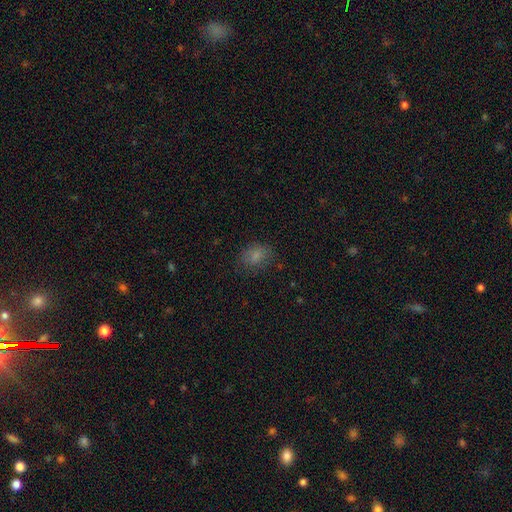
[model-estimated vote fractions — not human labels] Smooth or featured? smooth (77%)
How rounded? in between (70%)
Merging? none (72%)